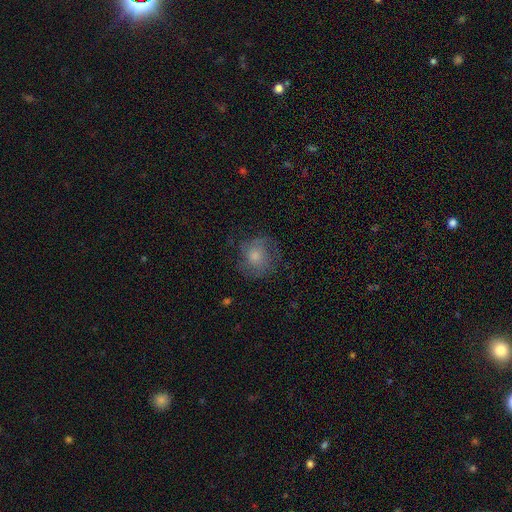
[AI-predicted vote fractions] Smooth or featured: smooth — 51% (featured or disk — 39%)
How rounded: round — 81% (in between — 18%)
Merging: none — 63% (minor disturbance — 21%)